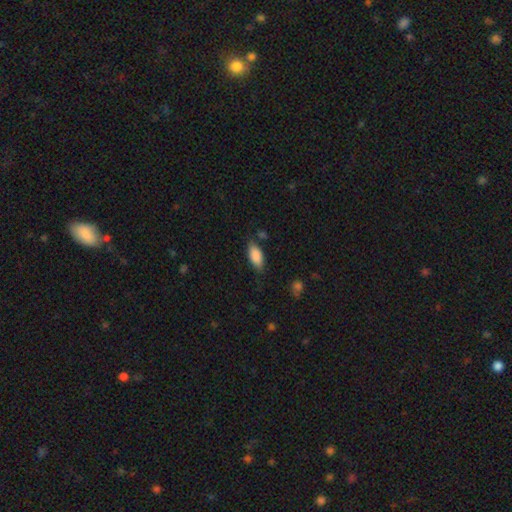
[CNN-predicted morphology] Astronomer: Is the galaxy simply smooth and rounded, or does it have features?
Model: smooth — 86%.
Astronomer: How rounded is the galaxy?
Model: in between — 87%.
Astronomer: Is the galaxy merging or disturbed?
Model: none — 71%.